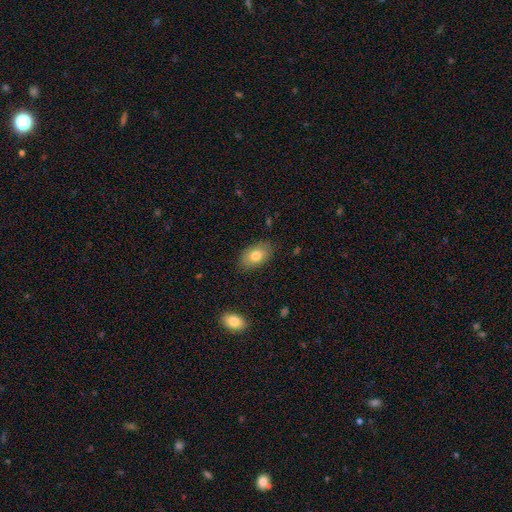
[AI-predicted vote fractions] smooth 79%, featured or disk 14%, star or artifact 7%. Down the decision tree: how rounded — in between (90%); merging — none (83%).